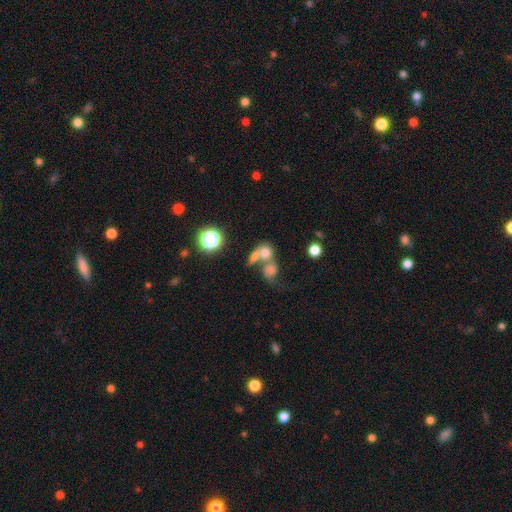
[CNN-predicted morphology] Smooth or featured? smooth (64%)
How rounded? round (58%)
Merging? merger (59%)